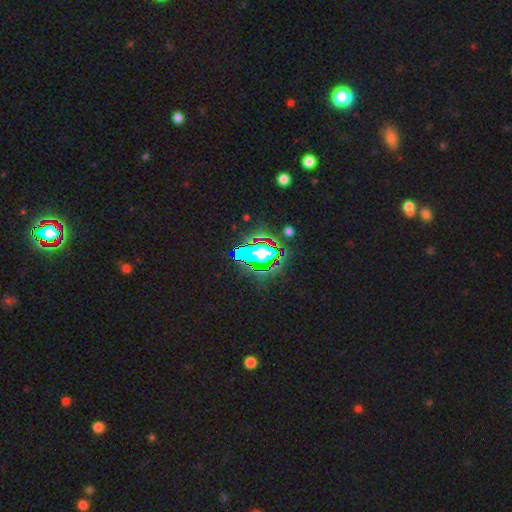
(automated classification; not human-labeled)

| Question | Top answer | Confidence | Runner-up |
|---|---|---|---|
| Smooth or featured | star or artifact | 76% | smooth (12%) |